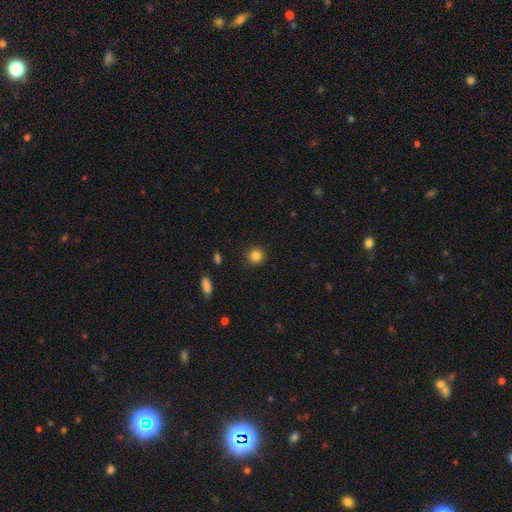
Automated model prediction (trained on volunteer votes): The model was most divided on "smooth or featured": smooth: 85%, star or artifact: 11%, featured or disk: 5%. More confident: how rounded — round (93%); merging — none (91%).